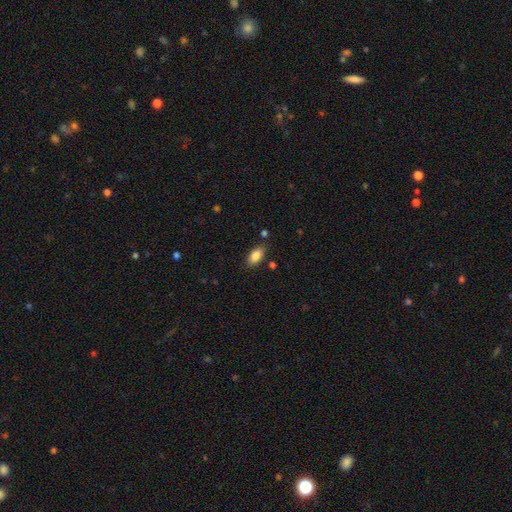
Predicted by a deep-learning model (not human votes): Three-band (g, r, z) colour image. It shows a smooth galaxy with no disk features (86%) that is in between round and cigar-shaped (91%). Merging: none (82%).